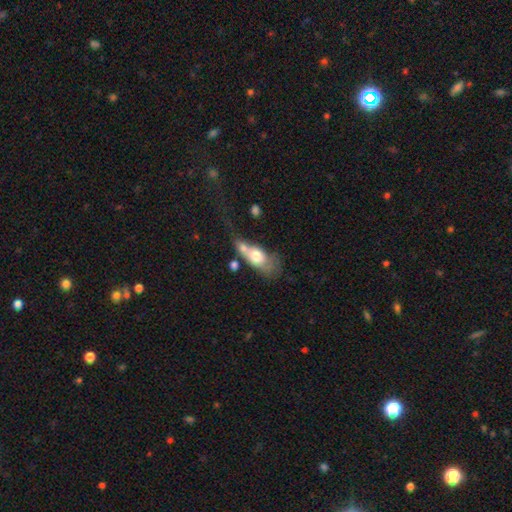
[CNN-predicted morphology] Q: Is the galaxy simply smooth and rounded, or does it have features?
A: smooth — 63%.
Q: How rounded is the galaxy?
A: in between — 77%.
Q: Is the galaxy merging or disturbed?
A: merger — 48%.